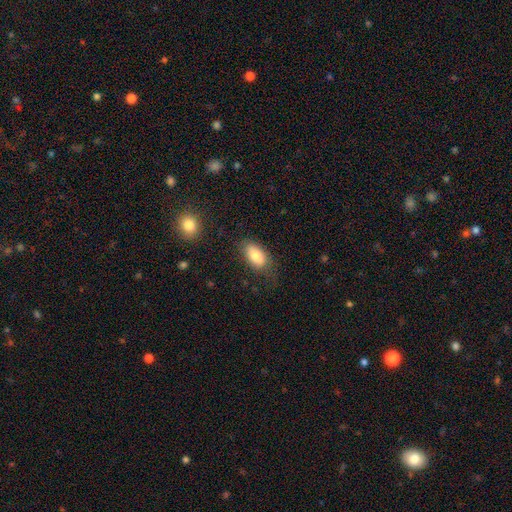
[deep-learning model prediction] Smooth or featured? Predicted: smooth (p=0.82). How rounded? Predicted: in between (p=0.92). Merging? Predicted: none (p=0.71).